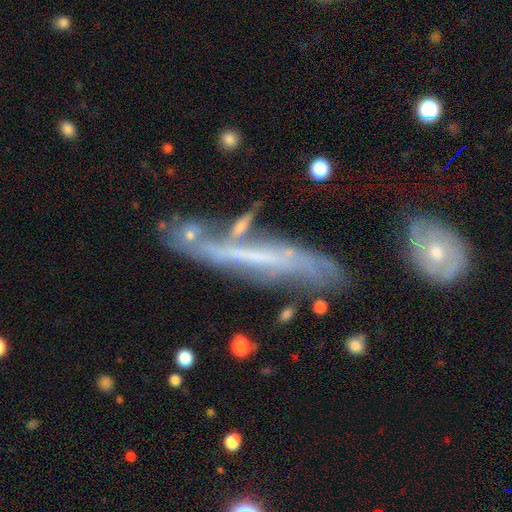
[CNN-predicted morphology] Smooth or featured? featured or disk (67%)
Edge-on disk? yes (70%)
Merging? none (53%)